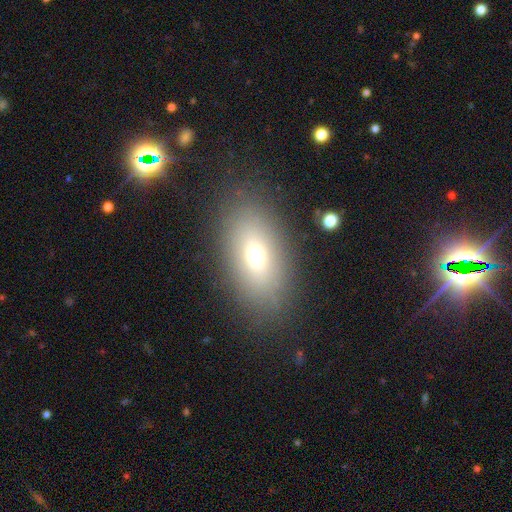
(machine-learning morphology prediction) This appears to be a smooth galaxy with no disk features (66%) that is in between round and cigar-shaped (84%). Merging: none (83%).